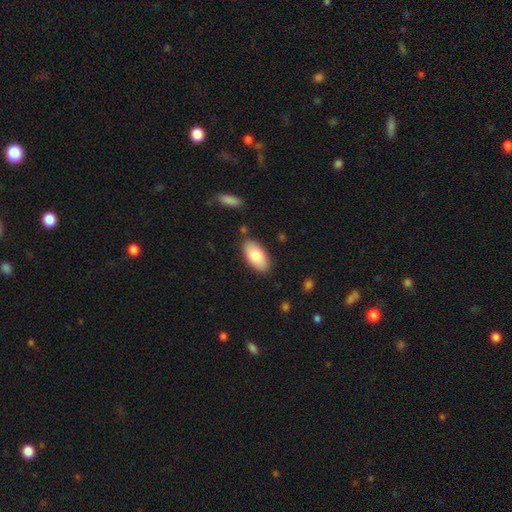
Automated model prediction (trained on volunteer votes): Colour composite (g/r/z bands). It shows a smooth galaxy with no disk features (82%) that is in between round and cigar-shaped (94%). Merging: none (84%).